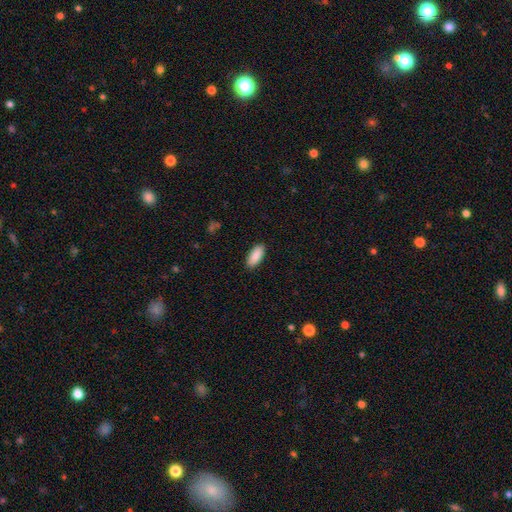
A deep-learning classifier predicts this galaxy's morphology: A smooth galaxy with no disk features (89%) that is in between round and cigar-shaped (81%).

Vote fractions:
- Smooth or featured? smooth: 89% / star or artifact: 6% / featured or disk: 5%
- How rounded? in between: 81% / cigar-shaped: 17% / round: 2%
- Merging? none: 90% / minor disturbance: 7% / major disturbance: 2% / merger: 1%